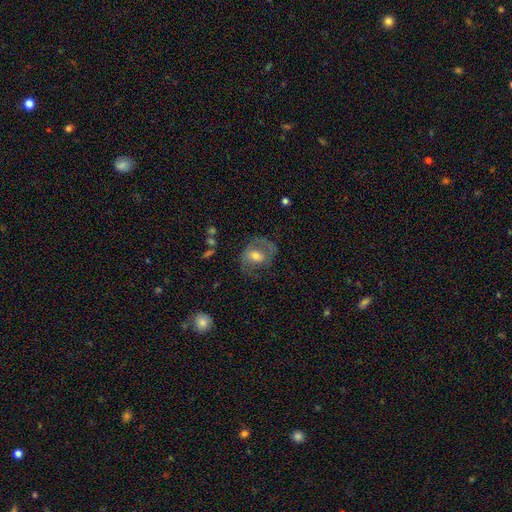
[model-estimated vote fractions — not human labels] A featured or disk galaxy (60%) with no bar (43%), spiral arms (73%) and a moderate central bulge (64%). Merging: none (65%).